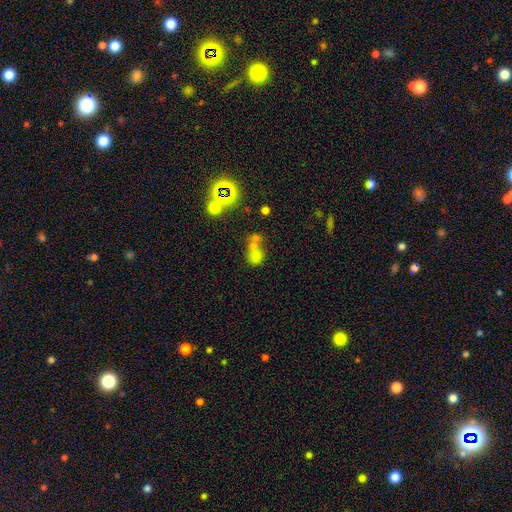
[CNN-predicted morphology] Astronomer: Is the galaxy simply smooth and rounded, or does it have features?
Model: smooth — 62%.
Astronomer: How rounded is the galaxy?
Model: round — 52% (runner-up: in between, 46%).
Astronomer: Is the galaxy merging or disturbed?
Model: merger — 56%.